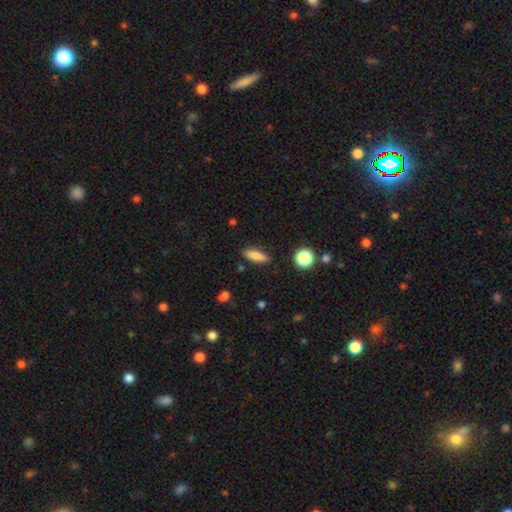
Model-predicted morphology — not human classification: Smooth or featured? smooth (81%)
How rounded? in between (56%)
Merging? none (85%)